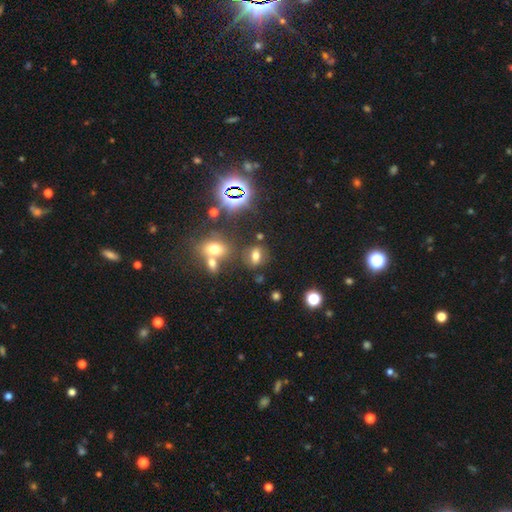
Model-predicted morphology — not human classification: A smooth galaxy with no disk features (59%) that is in between round and cigar-shaped (71%). Merging: none (68%).